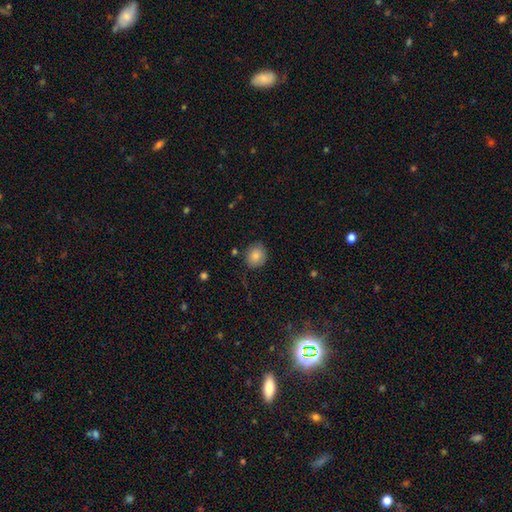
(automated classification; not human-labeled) Overall: smooth (84%). How rounded: round (73%). Merging: none (80%).